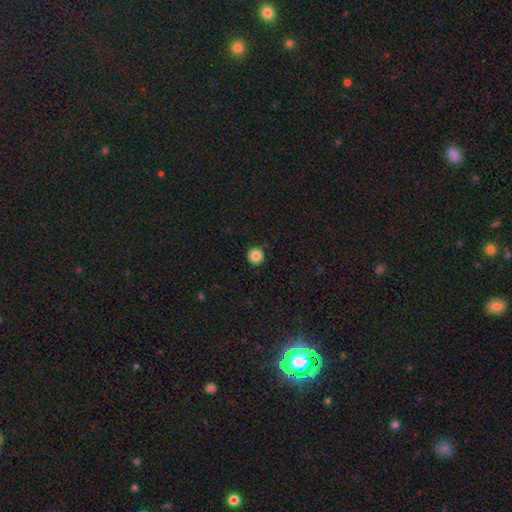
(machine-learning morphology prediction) type=smooth (86%); roundness=round (96%); merging=none (93%).